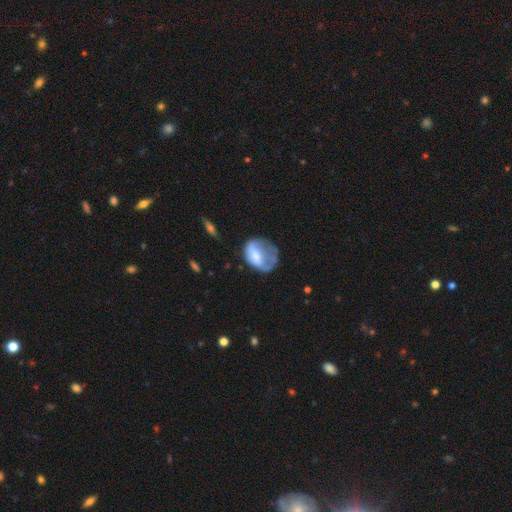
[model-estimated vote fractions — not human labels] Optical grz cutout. It shows a smooth galaxy with no disk features (58%) that is in between round and cigar-shaped (57%). Merging: major disturbance (37%).